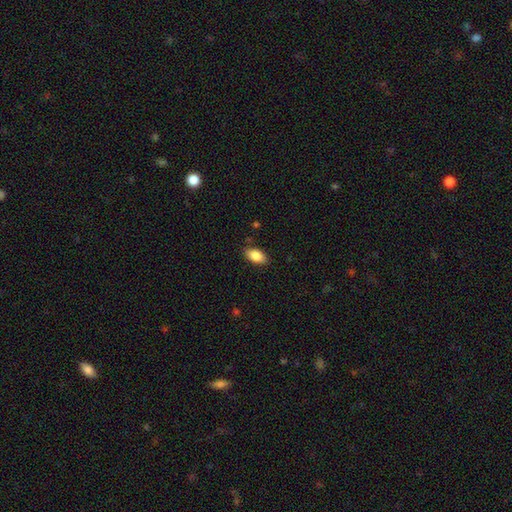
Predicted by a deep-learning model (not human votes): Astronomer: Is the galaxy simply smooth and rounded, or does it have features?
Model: smooth — 87%.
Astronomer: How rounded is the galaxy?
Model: in between — 93%.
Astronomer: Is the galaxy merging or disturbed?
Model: none — 86%.